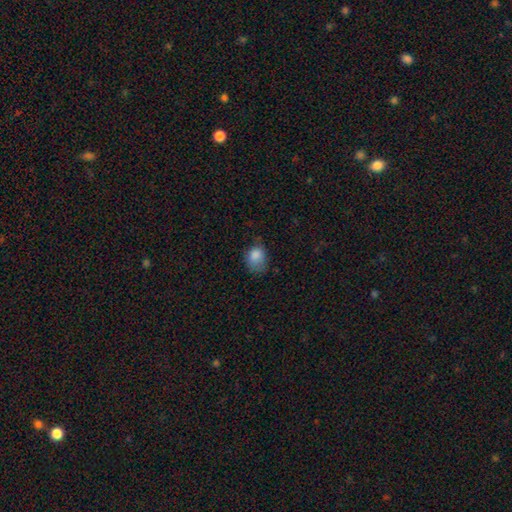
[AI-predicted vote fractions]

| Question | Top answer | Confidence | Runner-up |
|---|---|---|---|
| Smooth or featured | smooth | 83% | star or artifact (10%) |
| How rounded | in between | 58% | round (41%) |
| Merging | none | 40% | minor disturbance (38%) |